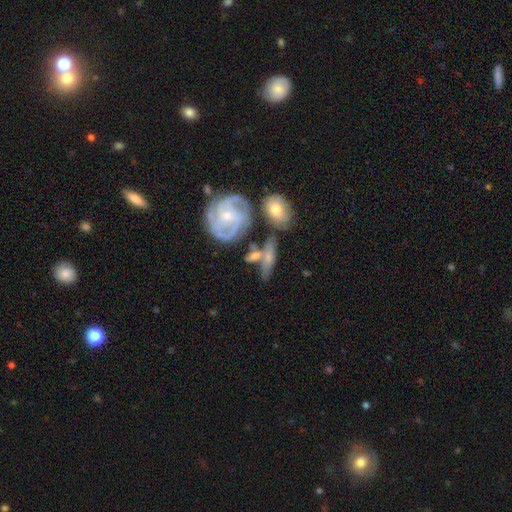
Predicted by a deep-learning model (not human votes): Q: Smooth or featured?
A: featured or disk (63%); runner-up: smooth (29%)
Q: Edge-on disk?
A: no (82%); runner-up: yes (18%)
Q: Bar?
A: no (60%); runner-up: weak (30%)
Q: Spiral arms?
A: yes (76%); runner-up: no (24%)
Q: Bulge size?
A: small (62%); runner-up: moderate (28%)
Q: Merging?
A: none (45%); runner-up: merger (24%)